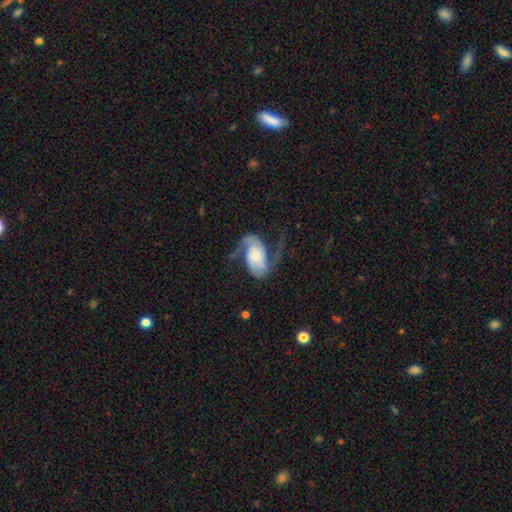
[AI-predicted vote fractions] Smooth or featured? Predicted: featured or disk (p=0.84). Edge-on disk? Predicted: no (p=0.97). Bar? Predicted: no (p=0.59). Spiral arms? Predicted: yes (p=0.96). Spiral winding? Predicted: loose (p=0.50). Spiral arm count? Predicted: 2 (p=0.90). Bulge size? Predicted: small (p=0.48). Merging? Predicted: none (p=0.52).